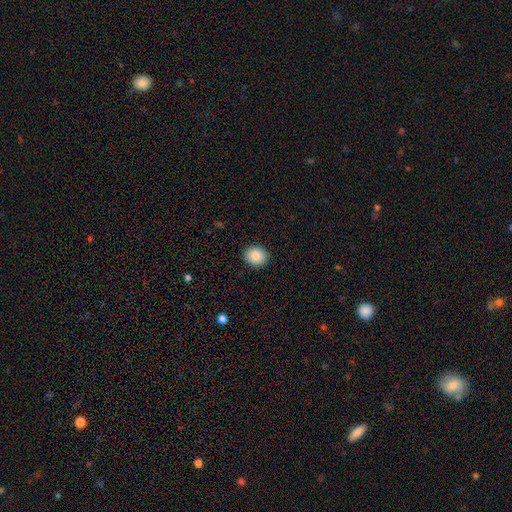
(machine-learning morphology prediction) smooth_or_featured: smooth (p=0.87) [alt: star or artifact p=0.08]
how_rounded: round (p=0.74) [alt: in between p=0.25]
merging: none (p=0.91) [alt: minor disturbance p=0.06]